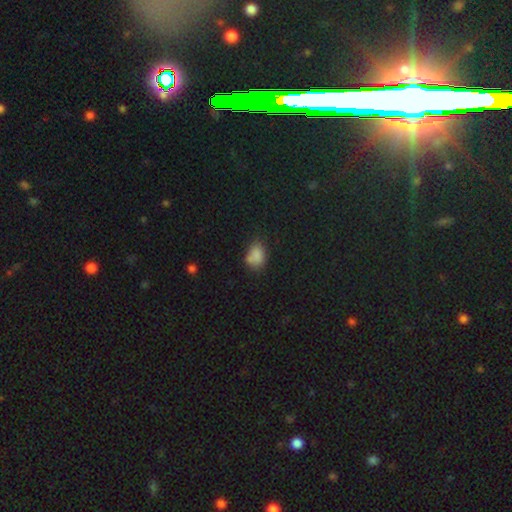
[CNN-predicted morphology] This is likely a smooth galaxy (79%). How rounded: likely in between (70%). Merging: possibly none (51%).